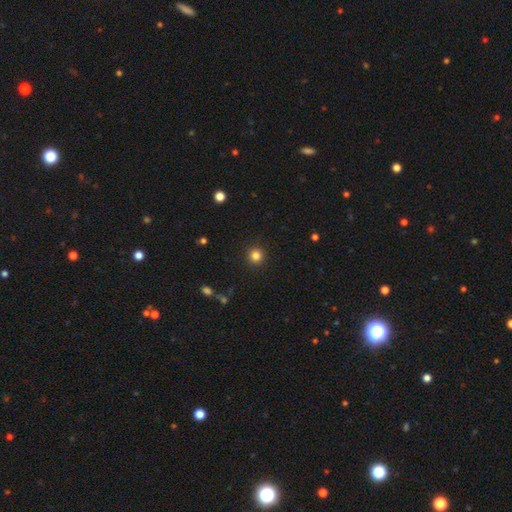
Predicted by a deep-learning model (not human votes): Overall: smooth (83%). How rounded: round (95%). Merging: none (92%).